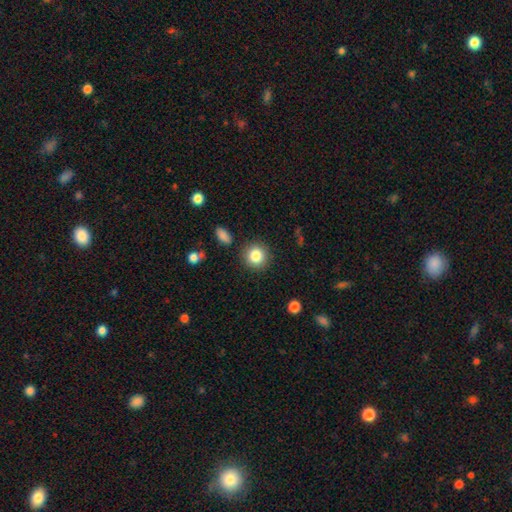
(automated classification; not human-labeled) A smooth galaxy with no disk features (84%) that is round (91%). Merging: none (89%).